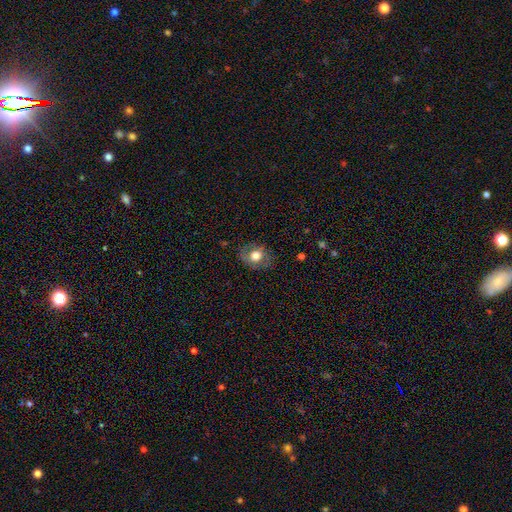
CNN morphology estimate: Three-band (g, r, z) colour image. It shows a smooth galaxy with no disk features (55%) that is round (52%). Merging: none (76%).